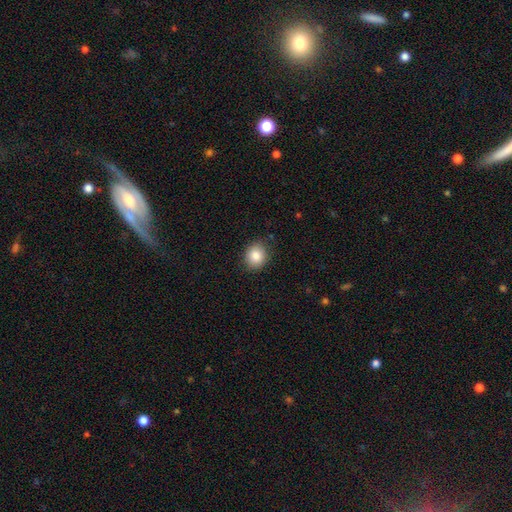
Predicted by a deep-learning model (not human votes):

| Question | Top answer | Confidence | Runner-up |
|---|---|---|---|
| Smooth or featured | smooth | 86% | star or artifact (9%) |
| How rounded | round | 66% | in between (33%) |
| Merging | none | 87% | minor disturbance (10%) |